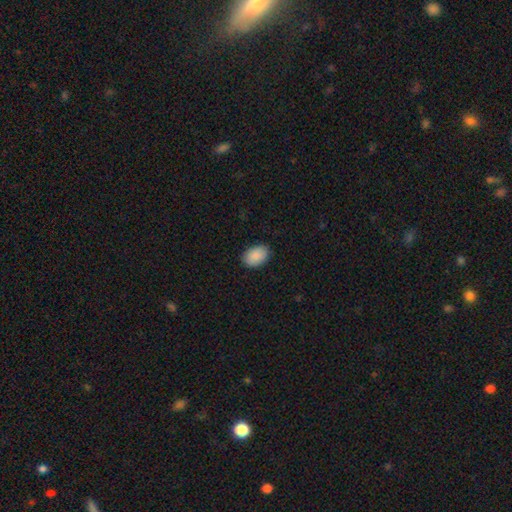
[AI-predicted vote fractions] This appears to be a smooth galaxy with no disk features (90%) that is in between round and cigar-shaped (88%). Merging: none (87%).